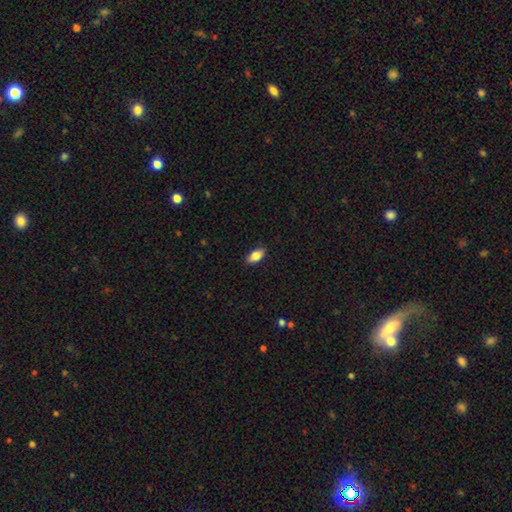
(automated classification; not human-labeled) Overall: smooth (84%). How rounded: in between (89%). Merging: none (88%).